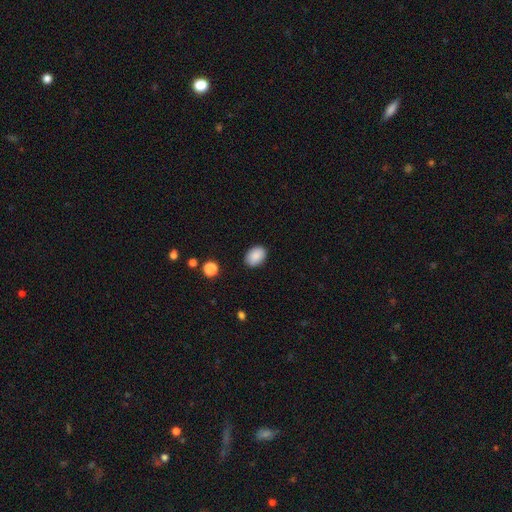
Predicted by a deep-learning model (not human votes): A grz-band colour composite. It shows a smooth galaxy with no disk features (89%) that is in between round and cigar-shaped (81%). Merging: none (87%).